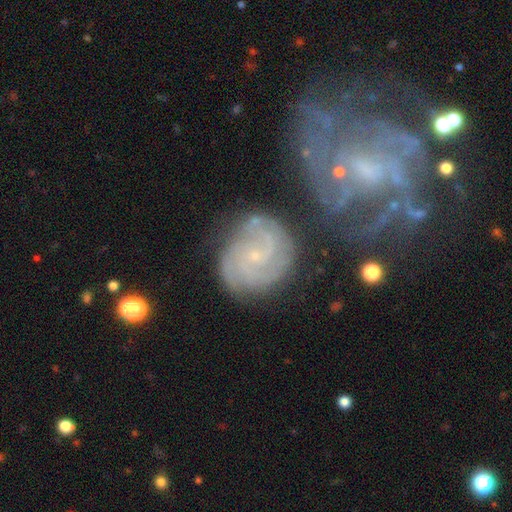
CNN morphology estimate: Smooth or featured?
  - featured or disk: 83% *
  - smooth: 10%
  - star or artifact: 7%
Edge-on disk?
  - no: 98% *
  - yes: 2%
Bar?
  - no: 65% *
  - weak: 29%
  - strong: 6%
Spiral arms?
  - yes: 96% *
  - no: 4%
Spiral winding?
  - tight: 60% *
  - medium: 32%
  - loose: 8%
Spiral arm count?
  - 2: 26% *
  - 3: 25%
  - can't tell: 24%
  - 4: 13%
  - more than 4: 6%
  - 1: 6%
Bulge size?
  - small: 83% *
  - moderate: 10%
  - none: 5%
  - large: 1%
  - dominant: 1%
Merging?
  - none: 69% *
  - minor disturbance: 16%
  - merger: 8%
  - major disturbance: 7%